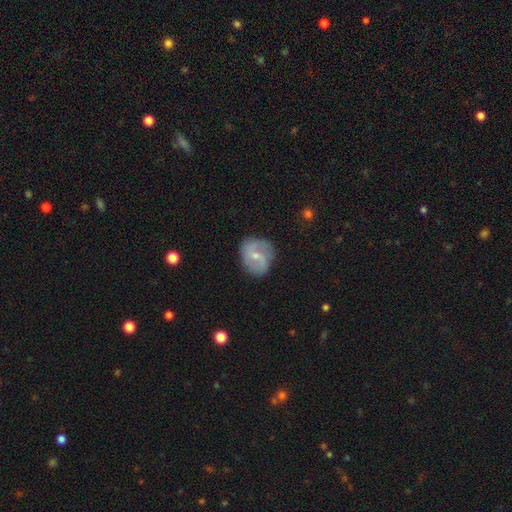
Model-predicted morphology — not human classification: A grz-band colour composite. It shows a featured or disk galaxy (58%) with a weak bar (45%), spiral arms (81%) and a small central bulge (61%). Merging: none (71%).